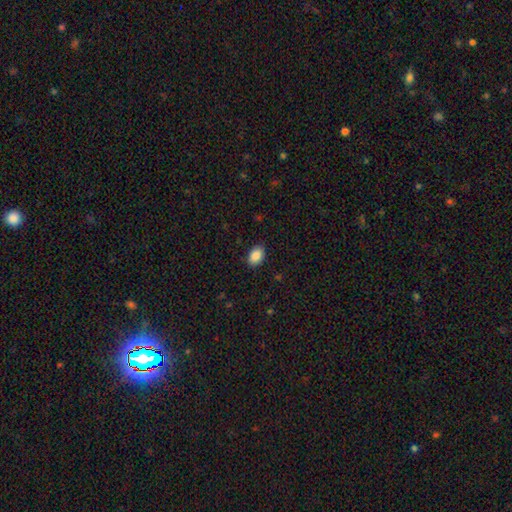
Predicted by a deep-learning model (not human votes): Smooth or featured? Predicted: smooth (p=0.89). How rounded? Predicted: in between (p=0.81). Merging? Predicted: none (p=0.87).